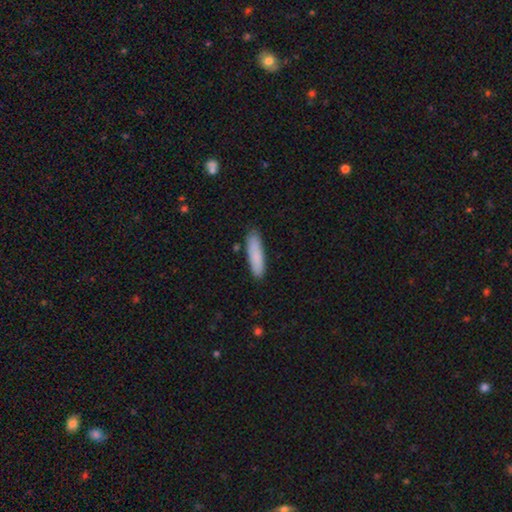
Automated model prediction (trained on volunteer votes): A smooth galaxy with no disk features (85%) that is cigar-shaped (75%). Merging: none (86%).